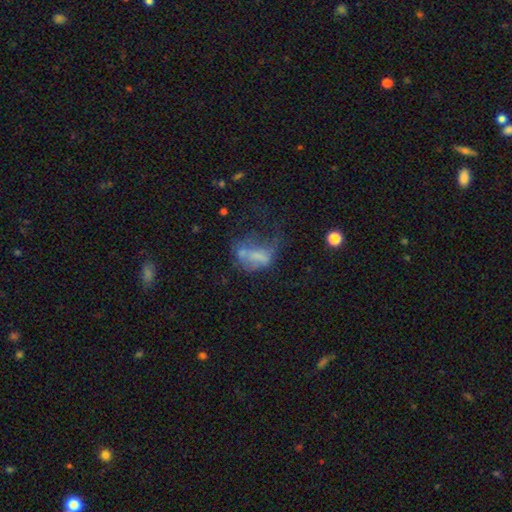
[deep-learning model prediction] Smooth or featured? smooth (47%)
Merging? major disturbance (47%)